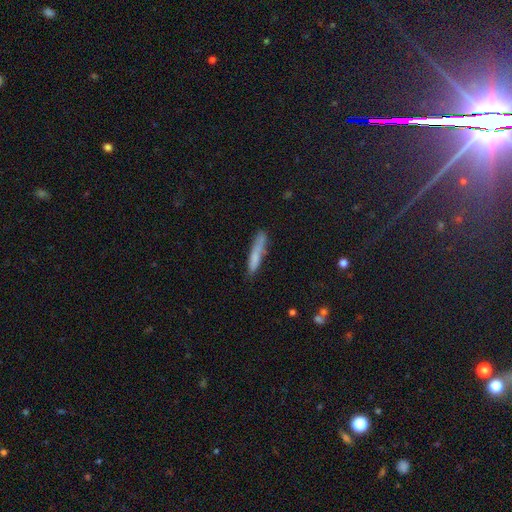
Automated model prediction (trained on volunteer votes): Smooth or featured? smooth (72%)
How rounded? cigar-shaped (90%)
Merging? none (69%)